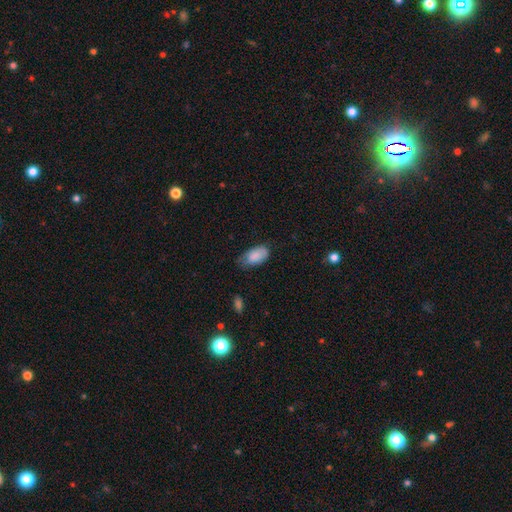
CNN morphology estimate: A smooth galaxy with no disk features (84%) that is in between round and cigar-shaped (94%). Merging: none (49%).